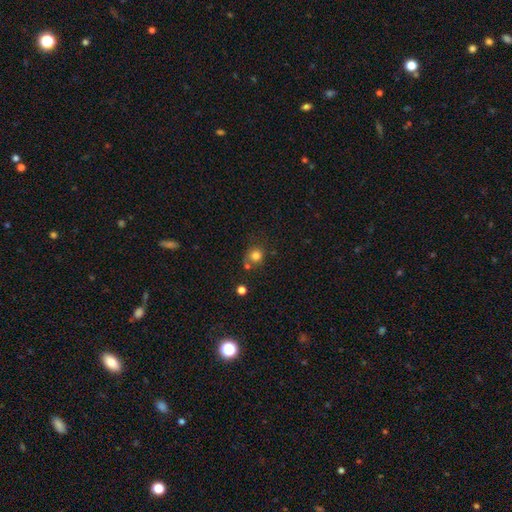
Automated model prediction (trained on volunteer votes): Smooth or featured? smooth (80%)
How rounded? round (84%)
Merging? none (60%)